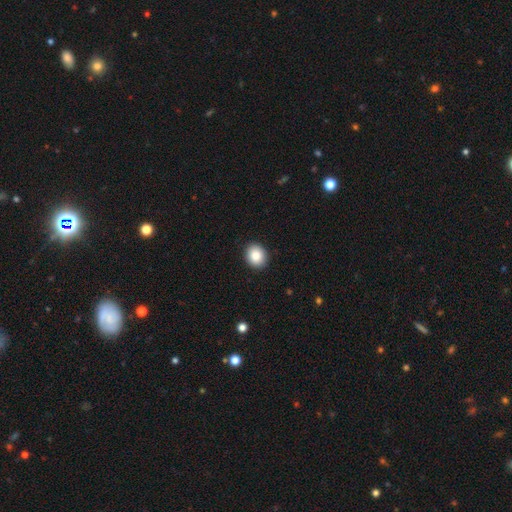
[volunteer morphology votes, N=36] Overall: smooth (89%). How rounded: round (56%; in between 44%). Merging: none (94%).